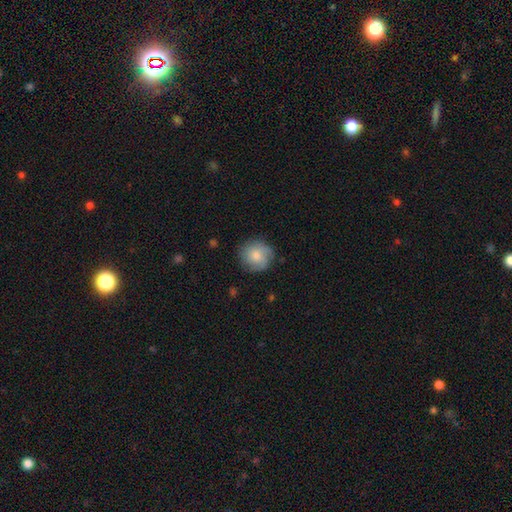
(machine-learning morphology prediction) Smooth or featured: smooth — 67% (featured or disk — 25%)
How rounded: round — 91% (in between — 8%)
Merging: none — 80% (minor disturbance — 15%)